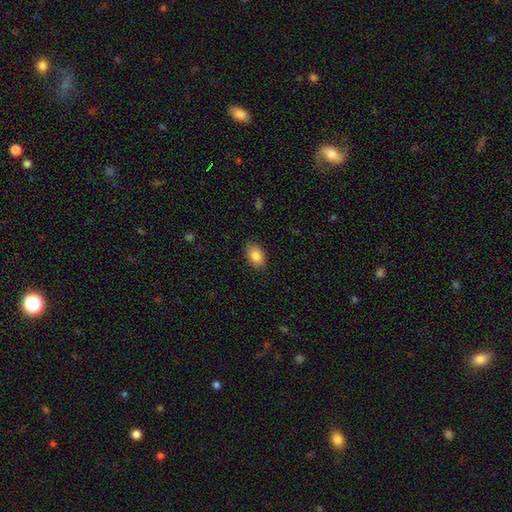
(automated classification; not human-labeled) A smooth galaxy with no disk features (86%) that is in between round and cigar-shaped (89%).

Vote fractions:
- Smooth or featured? smooth: 86% / star or artifact: 7% / featured or disk: 7%
- How rounded? in between: 89% / round: 9% / cigar-shaped: 1%
- Merging? none: 87% / minor disturbance: 10% / major disturbance: 2% / merger: 1%